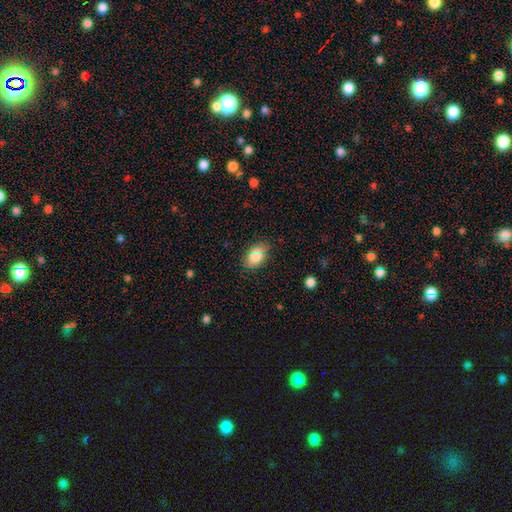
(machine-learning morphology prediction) The model was most divided on "merging": none: 80%, minor disturbance: 15%, major disturbance: 3%, merger: 1%. More confident: how rounded — in between (88%); smooth or featured — smooth (81%).